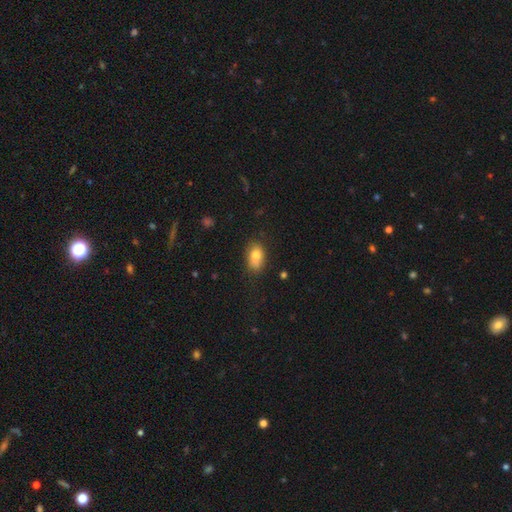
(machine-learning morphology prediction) smooth-or-featured: smooth: 79% | featured or disk: 13% | star or artifact: 9%
  how-rounded: in between: 86% | round: 12% | cigar-shaped: 3%
  merging: none: 67% | minor disturbance: 24% | major disturbance: 5% | merger: 4%